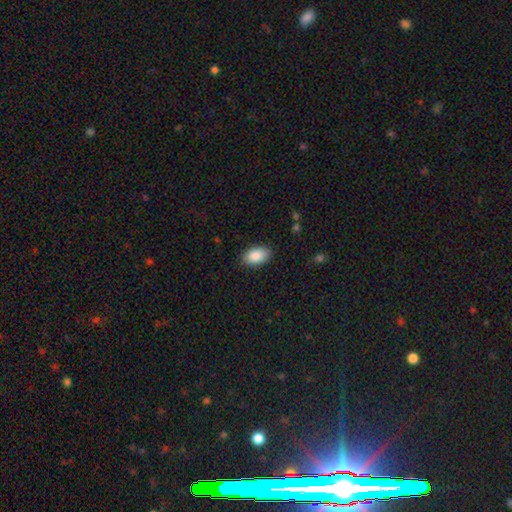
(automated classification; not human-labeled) smooth_or_featured: smooth (p=0.89) [alt: star or artifact p=0.06]
how_rounded: in between (p=0.94) [alt: round p=0.05]
merging: none (p=0.86) [alt: minor disturbance p=0.11]